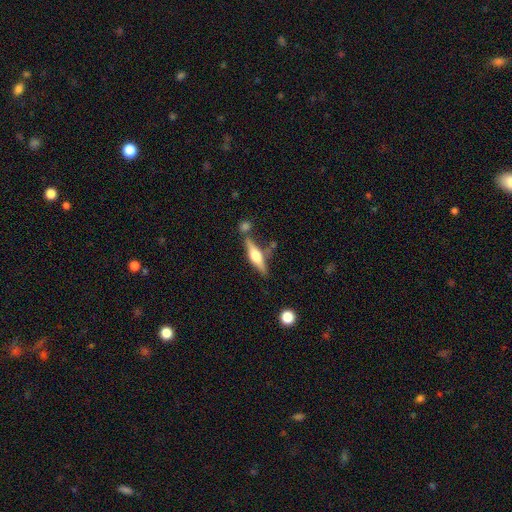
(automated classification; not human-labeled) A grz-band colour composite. It shows a featured or disk galaxy (61%) viewed edge-on (95%) with a rounded central bulge (91%). Merging: none (70%).